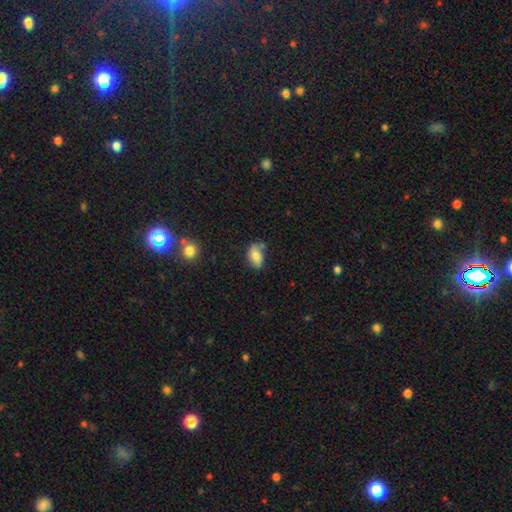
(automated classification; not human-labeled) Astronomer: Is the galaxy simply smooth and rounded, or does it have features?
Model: smooth — 62%.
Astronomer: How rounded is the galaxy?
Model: in between — 85%.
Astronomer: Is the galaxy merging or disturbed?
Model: none — 58%.